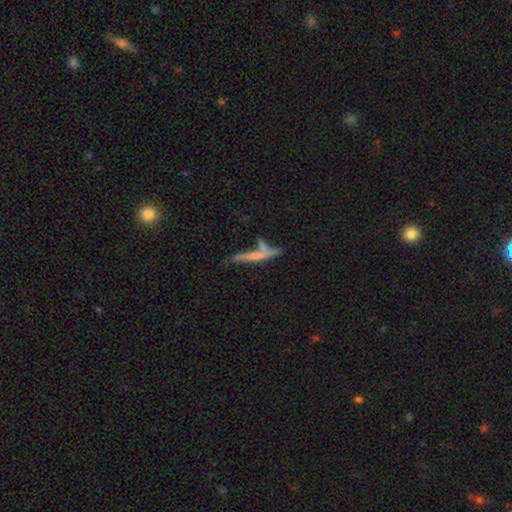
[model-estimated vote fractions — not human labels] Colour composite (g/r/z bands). It shows a smooth galaxy with no disk features (46%). Merging: none (44%).